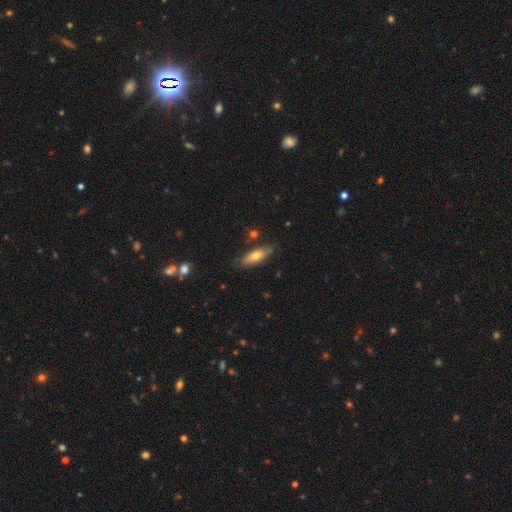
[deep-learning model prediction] Smooth or featured? Predicted: smooth (p=0.60). How rounded? Predicted: in between (p=0.64). Merging? Predicted: none (p=0.79).